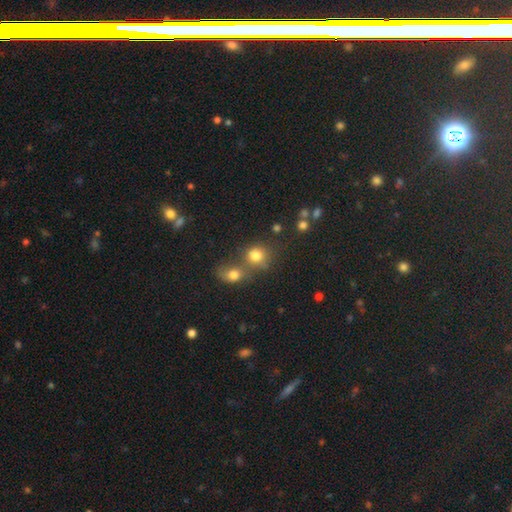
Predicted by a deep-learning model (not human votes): Smooth or featured: smooth — 78% (star or artifact — 14%)
How rounded: round — 80% (in between — 19%)
Merging: none — 44% (merger — 42%)